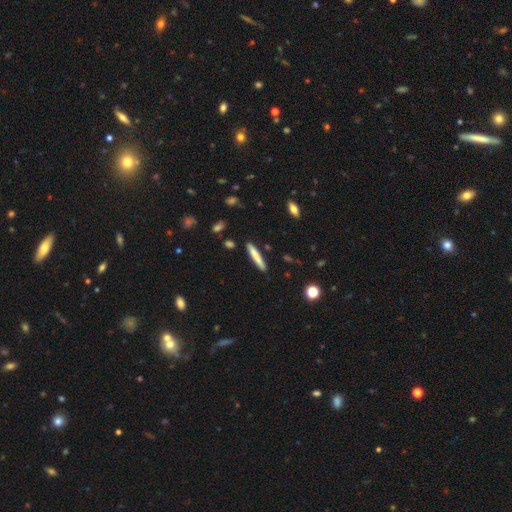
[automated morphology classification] Smooth or featured? Predicted: smooth (p=0.75). How rounded? Predicted: cigar-shaped (p=0.94). Merging? Predicted: none (p=0.88).